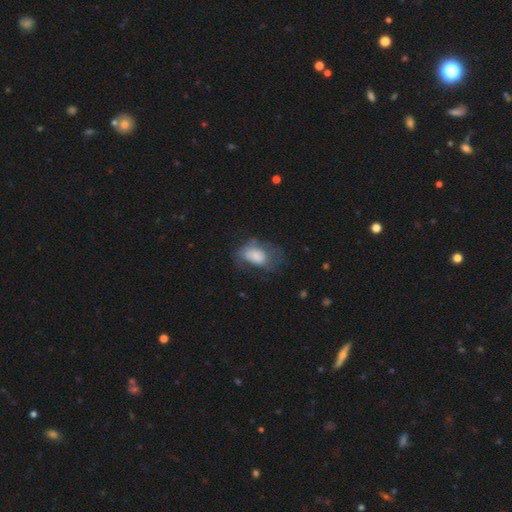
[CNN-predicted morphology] This appears to be a smooth galaxy with no disk features (67%) that is in between round and cigar-shaped (87%). Merging: major disturbance (36%).